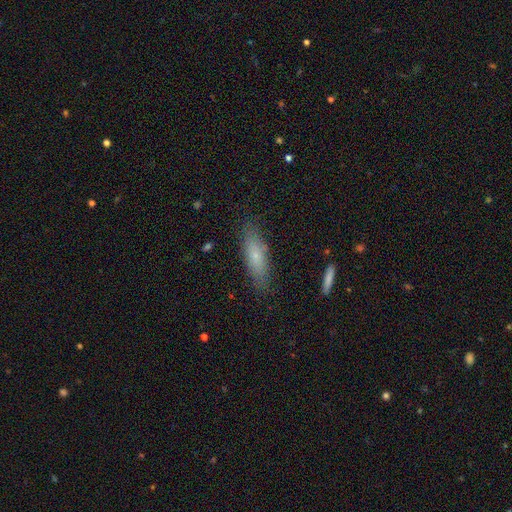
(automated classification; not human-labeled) smooth-or-featured: smooth: 71% | featured or disk: 22% | star or artifact: 7%
  how-rounded: cigar-shaped: 57% | in between: 41% | round: 2%
  merging: none: 83% | minor disturbance: 13% | major disturbance: 3% | merger: 1%